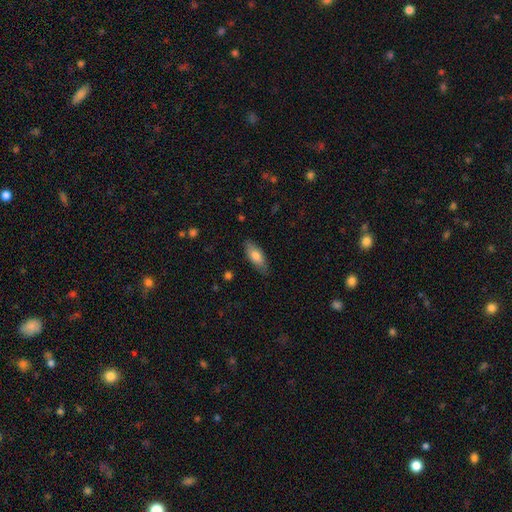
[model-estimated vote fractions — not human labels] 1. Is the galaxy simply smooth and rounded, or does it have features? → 75% smooth, 19% featured or disk, 6% star or artifact.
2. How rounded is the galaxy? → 76% in between, 22% cigar-shaped, 2% round.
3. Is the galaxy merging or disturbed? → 81% none, 15% minor disturbance, 3% major disturbance, 1% merger.